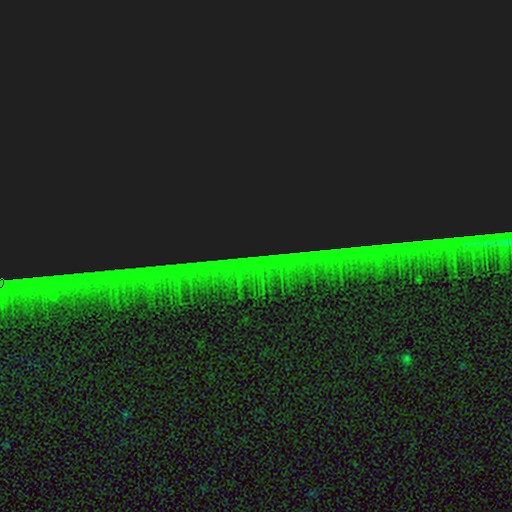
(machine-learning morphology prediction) smooth-or-featured: star or artifact: 85% | smooth: 8% | featured or disk: 7%